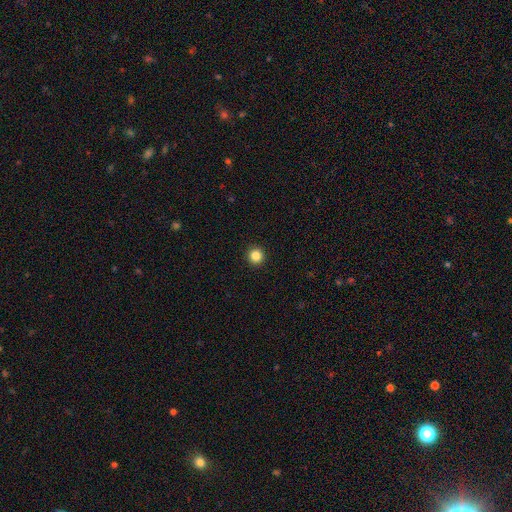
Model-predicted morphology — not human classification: Smooth or featured? Predicted: smooth (p=0.85). How rounded? Predicted: round (p=0.96). Merging? Predicted: none (p=0.94).